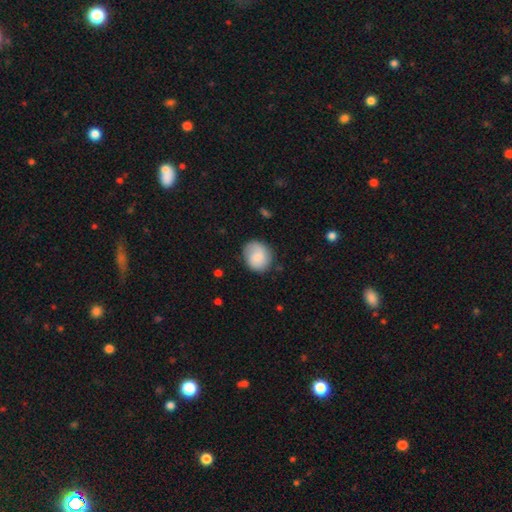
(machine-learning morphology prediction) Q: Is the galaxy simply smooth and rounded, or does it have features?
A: smooth — 73%.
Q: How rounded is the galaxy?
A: round — 72%.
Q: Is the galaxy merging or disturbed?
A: none — 73%.